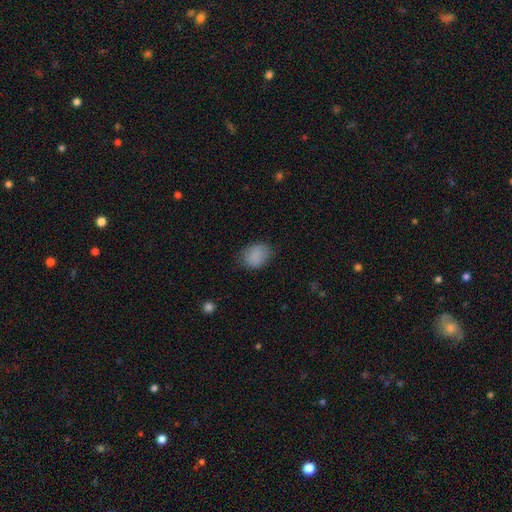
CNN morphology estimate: smooth_or_featured: smooth (p=0.86) [alt: star or artifact p=0.09]
how_rounded: in between (p=0.65) [alt: round p=0.34]
merging: none (p=0.76) [alt: minor disturbance p=0.19]